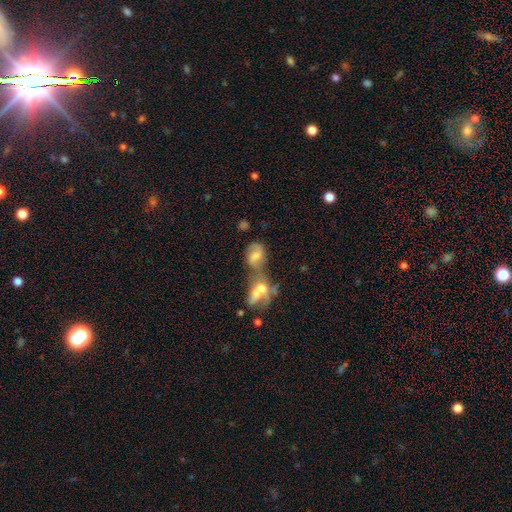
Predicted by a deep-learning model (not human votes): Smooth or featured?
  - smooth: 45% *
  - featured or disk: 42%
  - star or artifact: 13%
Merging?
  - merger: 63% *
  - none: 19%
  - major disturbance: 9%
  - minor disturbance: 9%